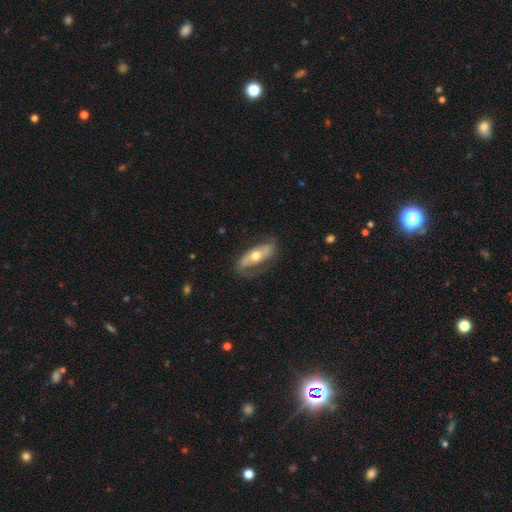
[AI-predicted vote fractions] Smooth or featured?
  - featured or disk: 60% *
  - smooth: 35%
  - star or artifact: 5%
Edge-on disk?
  - no: 78% *
  - yes: 22%
Merging?
  - none: 66% *
  - minor disturbance: 21%
  - major disturbance: 11%
  - merger: 2%